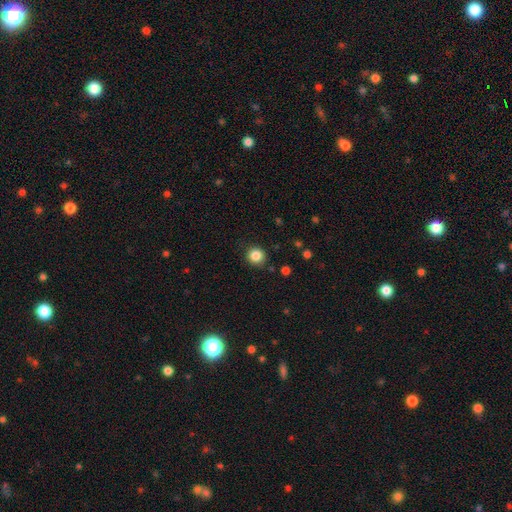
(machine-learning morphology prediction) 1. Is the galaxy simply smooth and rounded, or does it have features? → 85% smooth, 11% star or artifact, 4% featured or disk.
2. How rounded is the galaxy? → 92% round, 7% in between, 1% cigar-shaped.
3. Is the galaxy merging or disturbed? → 88% none, 8% minor disturbance, 2% major disturbance, 2% merger.